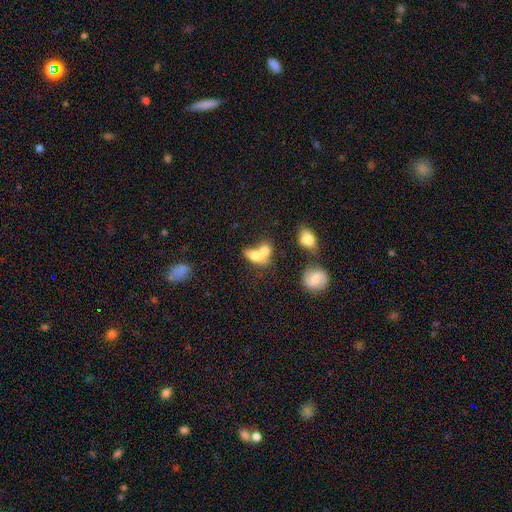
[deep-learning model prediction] A smooth galaxy with no disk features (70%) that is in between round and cigar-shaped (73%). Merging: merger (61%).